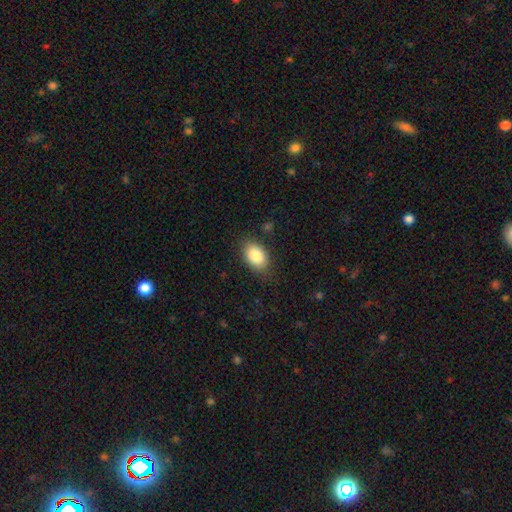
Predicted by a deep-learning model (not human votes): A smooth galaxy with no disk features (85%) that is in between round and cigar-shaped (88%). Merging: none (84%).